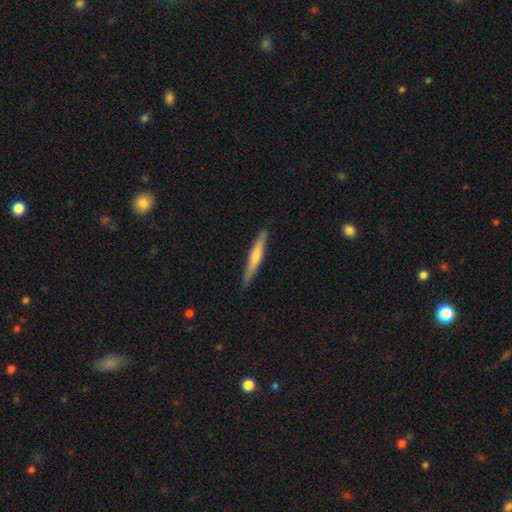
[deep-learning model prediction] This appears to be a smooth galaxy with no disk features (54%) that is cigar-shaped (95%). Merging: none (88%).